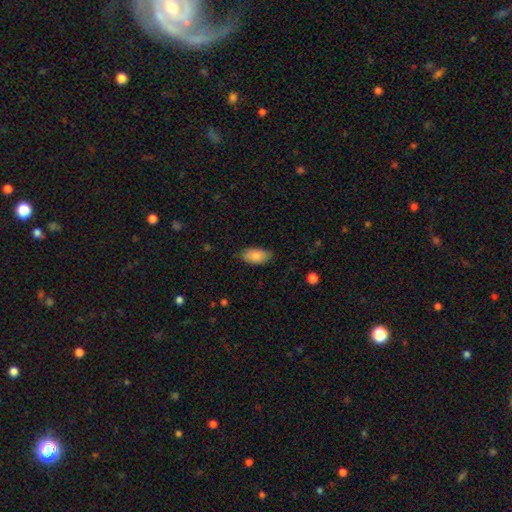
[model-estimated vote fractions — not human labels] This appears to be a smooth galaxy with no disk features (86%) that is in between round and cigar-shaped (94%). Merging: none (79%).